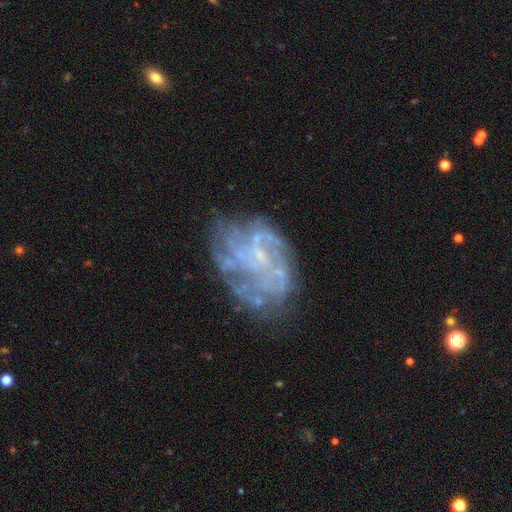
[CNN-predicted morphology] The model was most divided on "bulge size": small: 54%, none: 34%, moderate: 10%, large: 1%, dominant: 1%. More confident: edge-on disk — no (98%); smooth or featured — featured or disk (77%); bar — no (70%); spiral arms — yes (65%); merging — none (58%).